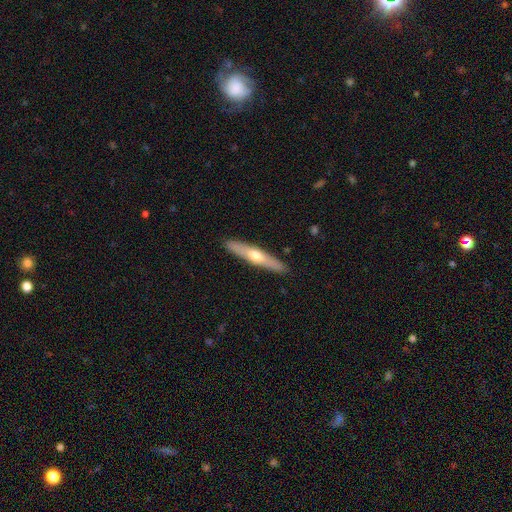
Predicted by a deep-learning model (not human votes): featured or disk 50%, smooth 45%, star or artifact 5%. Down the decision tree: edge-on disk — yes (91%); merging — none (90%).